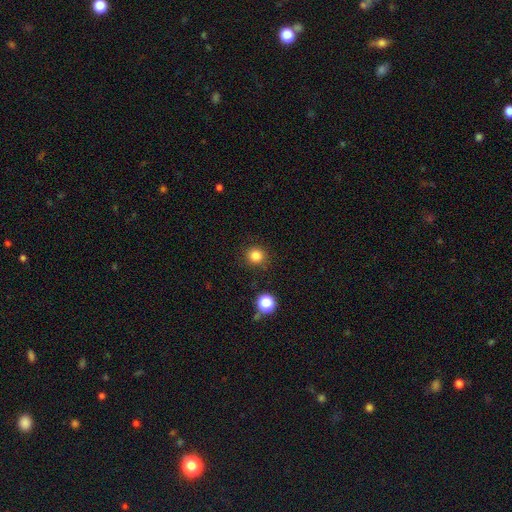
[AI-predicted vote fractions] Smooth or featured: smooth — 83% (star or artifact — 13%)
How rounded: round — 93% (in between — 6%)
Merging: none — 90% (minor disturbance — 6%)